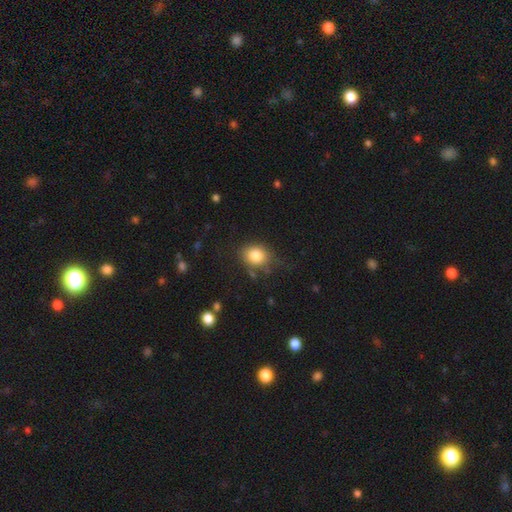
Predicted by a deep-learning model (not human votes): Smooth or featured? Predicted: smooth (p=0.81). How rounded? Predicted: round (p=0.57). Merging? Predicted: none (p=0.70).